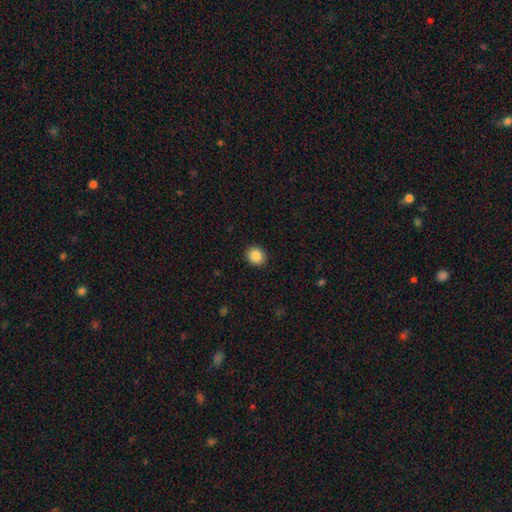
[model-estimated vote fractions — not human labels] smooth 87%, star or artifact 9%, featured or disk 5%. Down the decision tree: how rounded — round (70%); merging — none (91%).